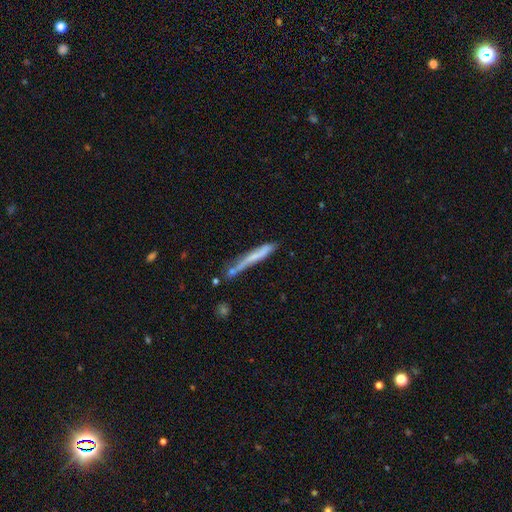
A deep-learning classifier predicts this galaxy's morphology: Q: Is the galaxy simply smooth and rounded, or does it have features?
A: smooth — 53%.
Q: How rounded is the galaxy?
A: cigar-shaped — 95%.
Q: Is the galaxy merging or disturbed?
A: none — 55%.